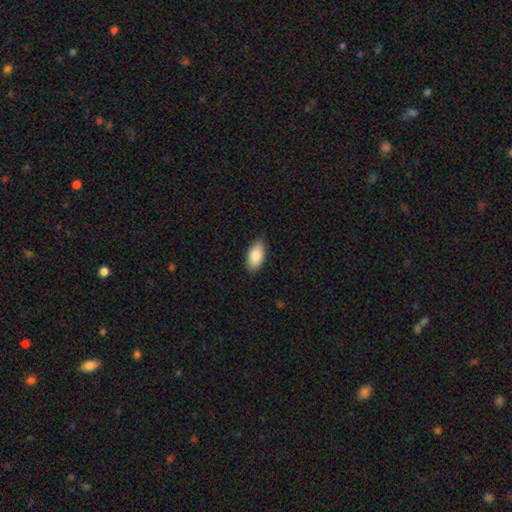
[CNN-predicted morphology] Smooth or featured? smooth (87%)
How rounded? in between (93%)
Merging? none (84%)